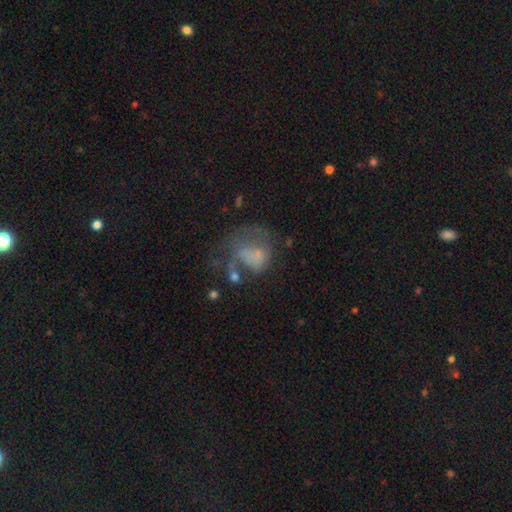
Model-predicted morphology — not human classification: Overall: smooth (43%; featured or disk 42%). Merging: major disturbance (46%; none 26%).